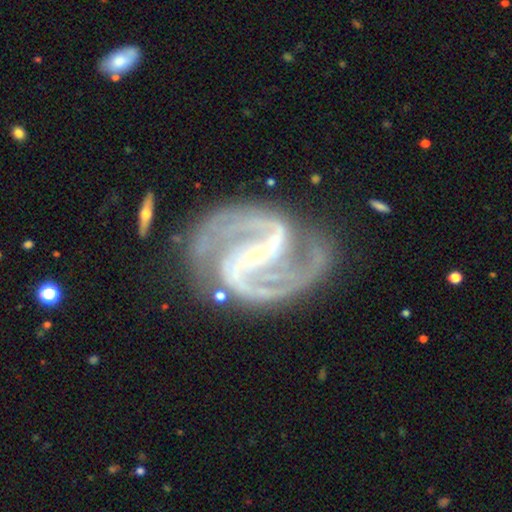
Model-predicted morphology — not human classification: Smooth or featured: featured or disk — 94% (star or artifact — 4%)
Edge-on disk: no — 98% (yes — 2%)
Bar: strong — 55% (weak — 28%)
Spiral arms: yes — 99% (no — 1%)
Spiral winding: medium — 61% (tight — 28%)
Spiral arm count: 2 — 81% (3 — 9%)
Bulge size: small — 87% (moderate — 9%)
Merging: none — 74% (minor disturbance — 16%)